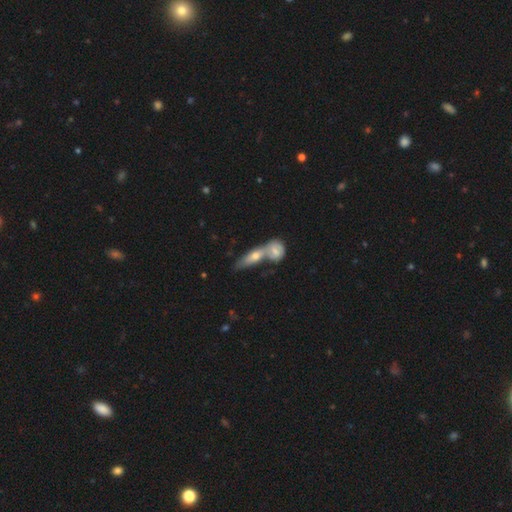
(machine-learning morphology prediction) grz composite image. It shows a featured or disk galaxy (47%). Merging: merger (57%).